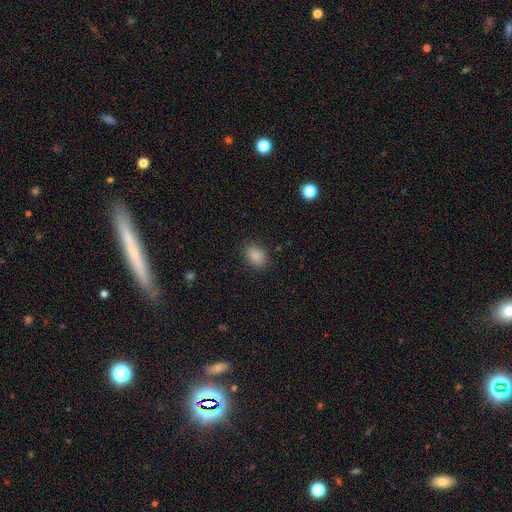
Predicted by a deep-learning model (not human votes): Smooth or featured?
  - smooth: 87% *
  - star or artifact: 9%
  - featured or disk: 4%
How rounded?
  - in between: 68% *
  - round: 31%
  - cigar-shaped: 1%
Merging?
  - none: 86% *
  - minor disturbance: 10%
  - major disturbance: 3%
  - merger: 1%